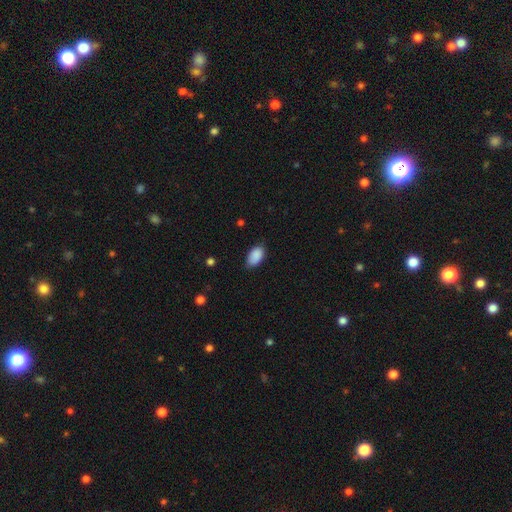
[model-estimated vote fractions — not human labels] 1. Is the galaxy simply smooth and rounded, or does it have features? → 89% smooth, 7% star or artifact, 4% featured or disk.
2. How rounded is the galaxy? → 93% in between, 5% round, 2% cigar-shaped.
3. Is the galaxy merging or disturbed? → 72% none, 23% minor disturbance, 3% major disturbance, 1% merger.